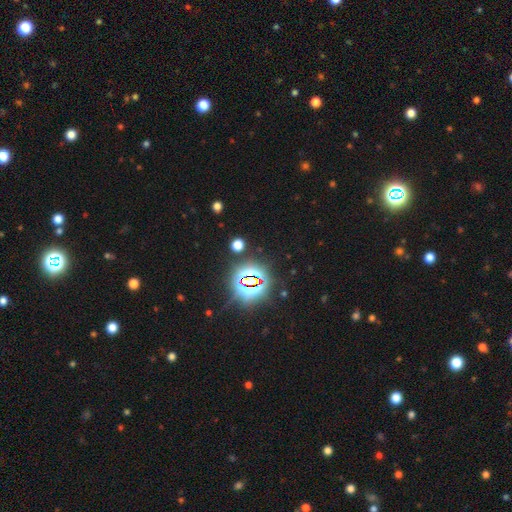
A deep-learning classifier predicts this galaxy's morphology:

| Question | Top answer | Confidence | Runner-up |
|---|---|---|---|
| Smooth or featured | star or artifact | 81% | smooth (12%) |